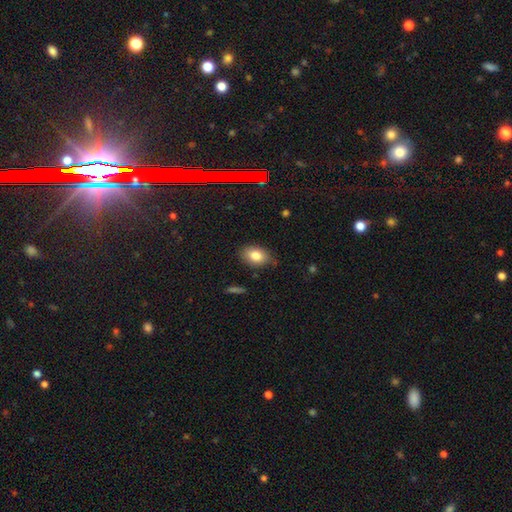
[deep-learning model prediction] This is clearly a smooth galaxy (81%). How rounded: clearly in between (81%). Merging: clearly none (81%).